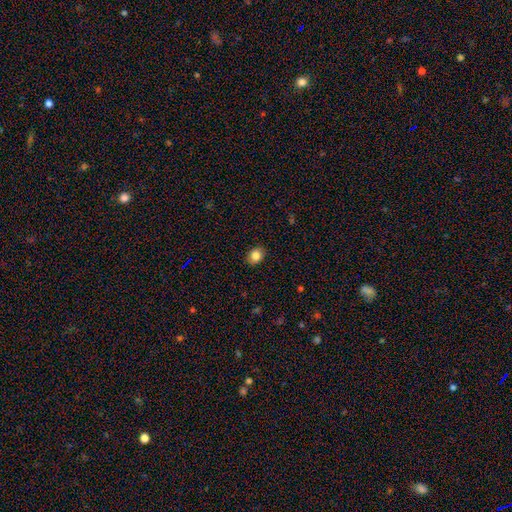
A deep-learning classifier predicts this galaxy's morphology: This appears to be a smooth galaxy with no disk features (84%) that is in between round and cigar-shaped (50%). Merging: none (89%).